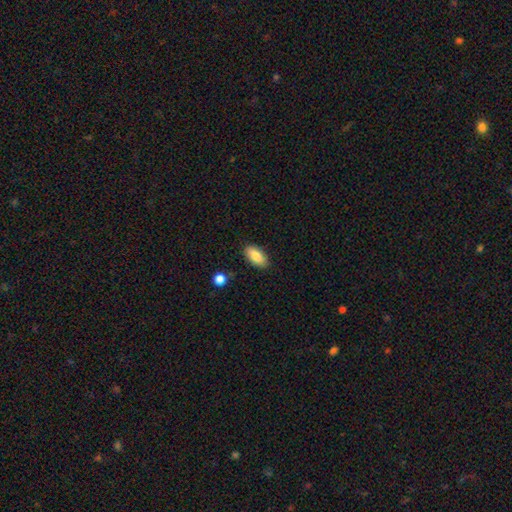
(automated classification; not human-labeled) This is clearly a smooth galaxy (85%). How rounded: clearly in between (90%). Merging: clearly none (86%).